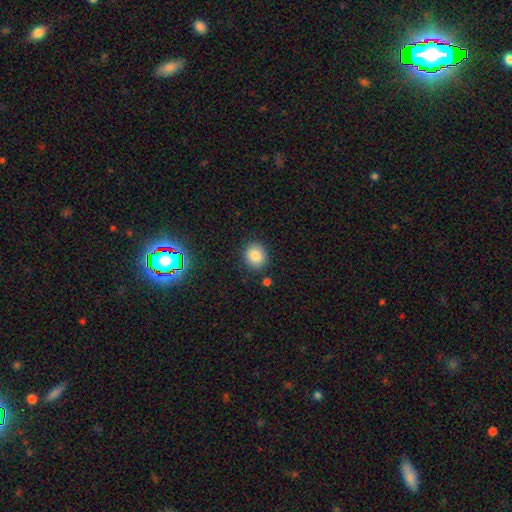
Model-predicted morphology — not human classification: smooth 85%, star or artifact 10%, featured or disk 5%. Down the decision tree: how rounded — round (76%); merging — none (85%).